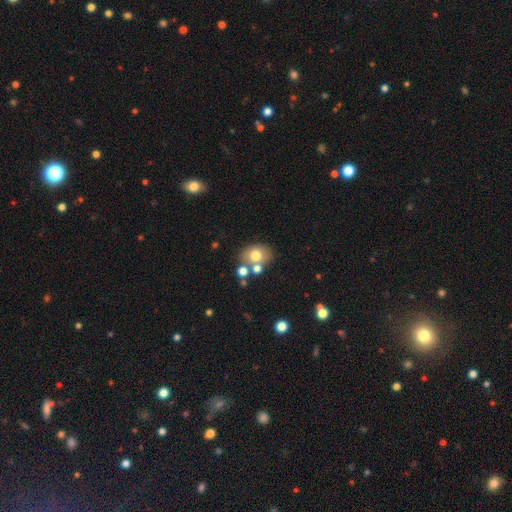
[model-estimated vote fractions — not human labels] Smooth or featured?
  - smooth: 71% *
  - featured or disk: 17%
  - star or artifact: 12%
How rounded?
  - in between: 51% *
  - round: 48%
  - cigar-shaped: 1%
Merging?
  - none: 58% *
  - merger: 24%
  - minor disturbance: 13%
  - major disturbance: 5%